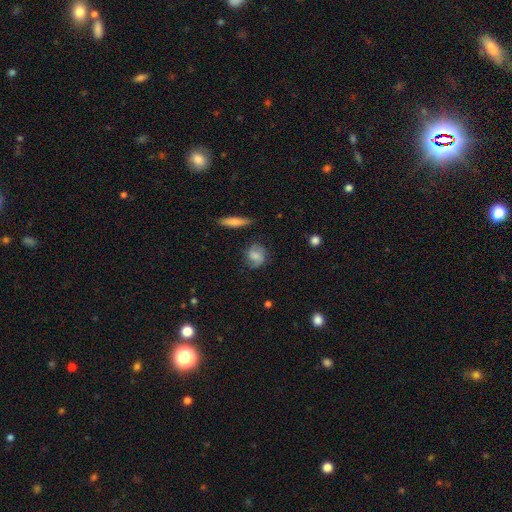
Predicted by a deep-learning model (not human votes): A smooth galaxy with no disk features (50%) that is round (64%). Merging: none (73%).